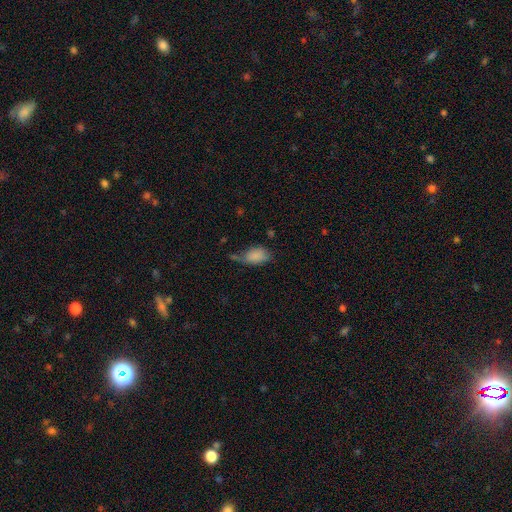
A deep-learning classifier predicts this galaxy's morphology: This appears to be a smooth galaxy with no disk features (84%) that is in between round and cigar-shaped (90%). Merging: none (41%).